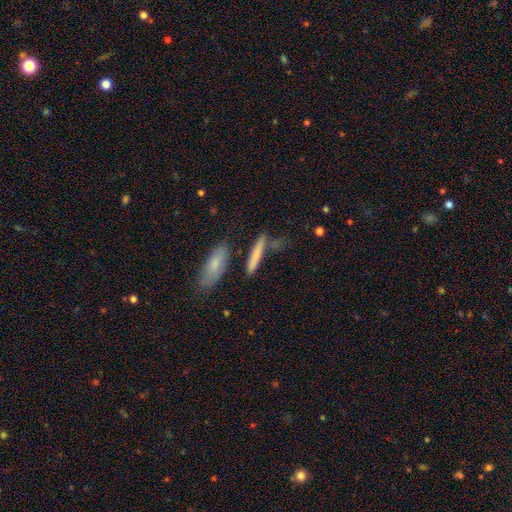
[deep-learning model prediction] Q: Smooth or featured?
A: smooth (72%); runner-up: featured or disk (21%)
Q: How rounded?
A: cigar-shaped (89%); runner-up: in between (9%)
Q: Merging?
A: none (74%); runner-up: minor disturbance (13%)